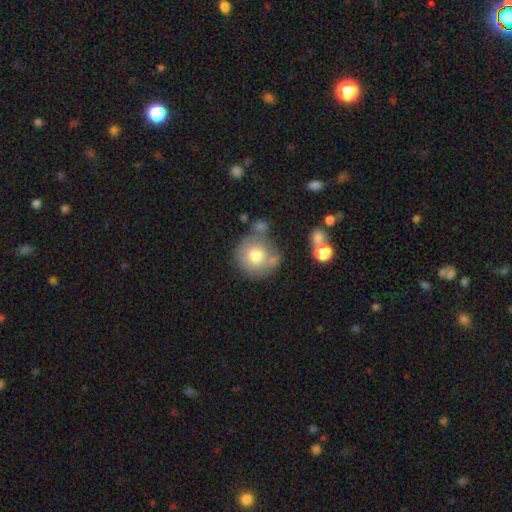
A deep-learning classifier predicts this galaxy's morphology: Smooth or featured: smooth — 72% (featured or disk — 20%)
How rounded: round — 92% (in between — 7%)
Merging: none — 57% (minor disturbance — 18%)